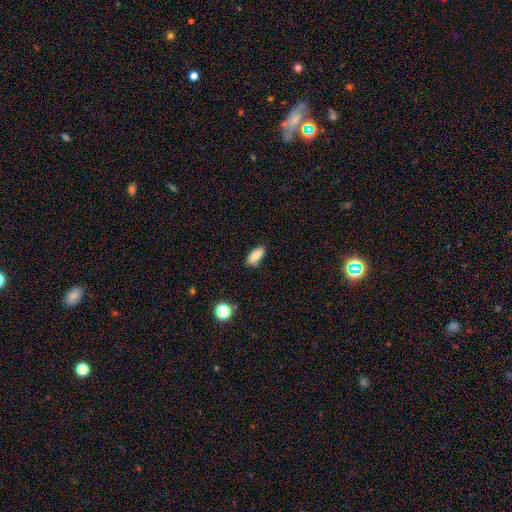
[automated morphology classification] Smooth or featured? Predicted: smooth (p=0.83). How rounded? Predicted: in between (p=0.82). Merging? Predicted: none (p=0.78).